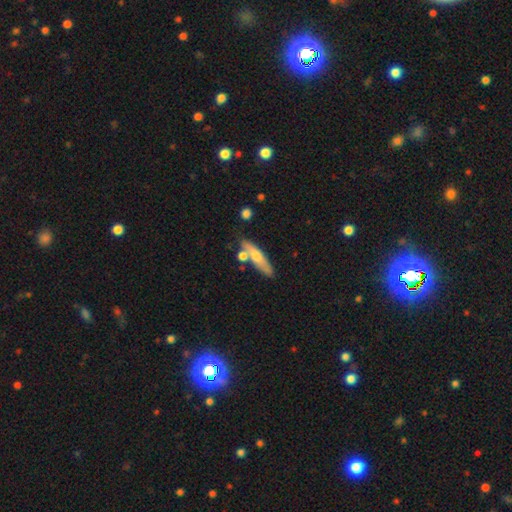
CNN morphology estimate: A smooth galaxy with no disk features (55%) that is cigar-shaped (72%).

Vote fractions:
- Smooth or featured? smooth: 55% / featured or disk: 39% / star or artifact: 6%
- How rounded? cigar-shaped: 72% / in between: 25% / round: 3%
- Merging? none: 68% / merger: 15% / minor disturbance: 14% / major disturbance: 4%